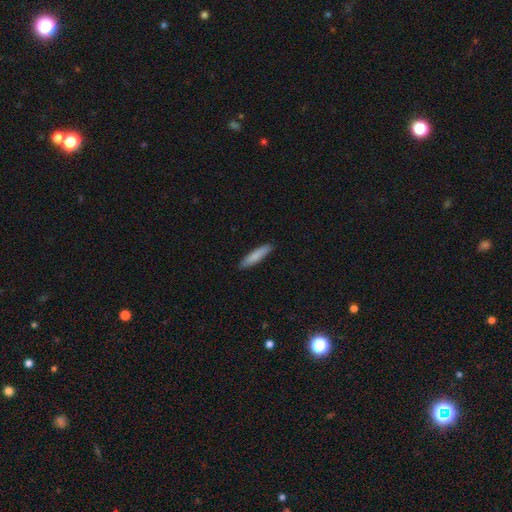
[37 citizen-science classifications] Morphology: type=smooth (97%); roundness=cigar-shaped (92%); merging=none (84%).